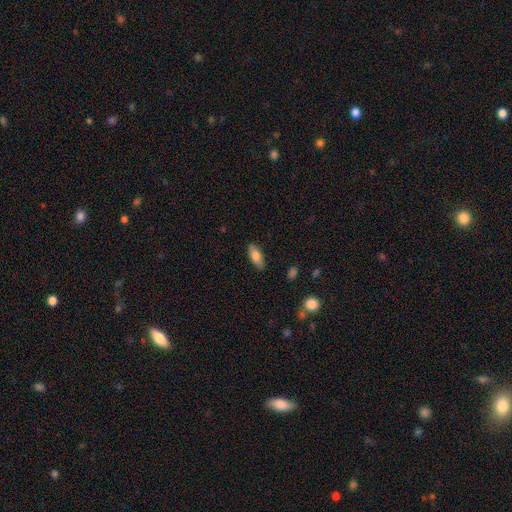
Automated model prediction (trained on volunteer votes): The model was most divided on "smooth or featured": smooth: 76%, featured or disk: 18%, star or artifact: 6%. More confident: merging — none (86%); how rounded — in between (78%).